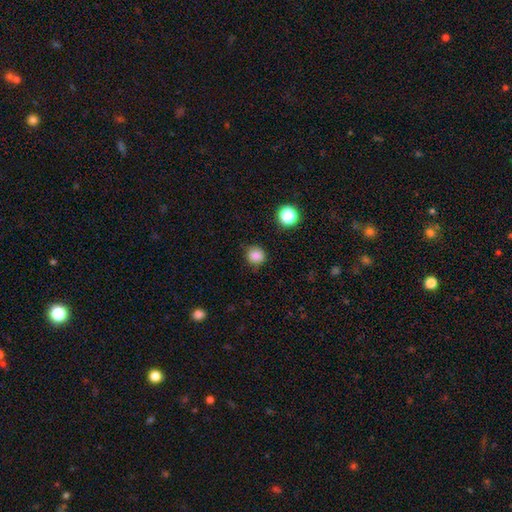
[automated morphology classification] Overall: smooth (83%). How rounded: round (87%). Merging: none (82%).